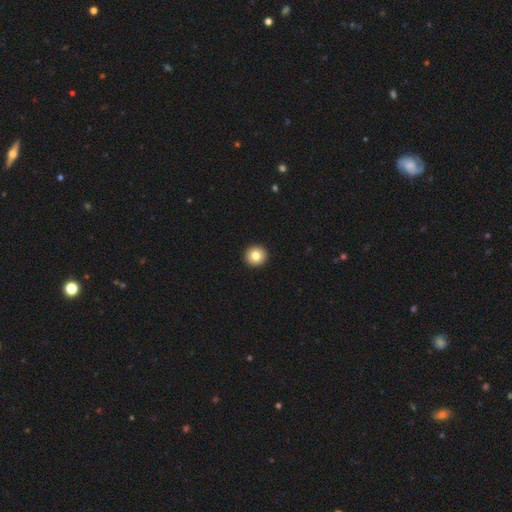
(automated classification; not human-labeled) Morphology: type=smooth (81%); roundness=round (94%); merging=none (94%).